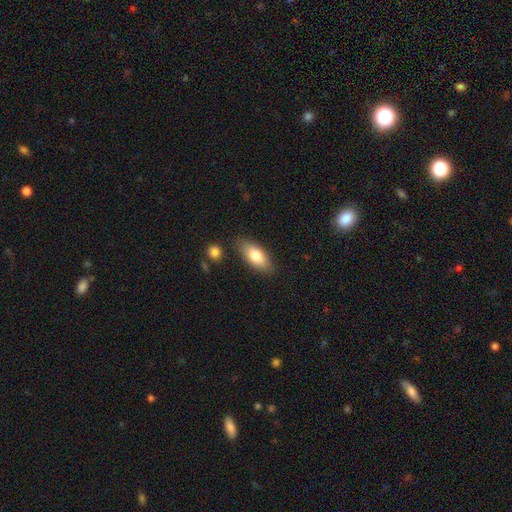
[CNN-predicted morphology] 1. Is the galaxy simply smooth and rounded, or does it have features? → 77% smooth, 16% featured or disk, 7% star or artifact.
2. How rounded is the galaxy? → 83% in between, 14% cigar-shaped, 3% round.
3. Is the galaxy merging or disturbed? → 82% none, 12% minor disturbance, 3% merger, 3% major disturbance.